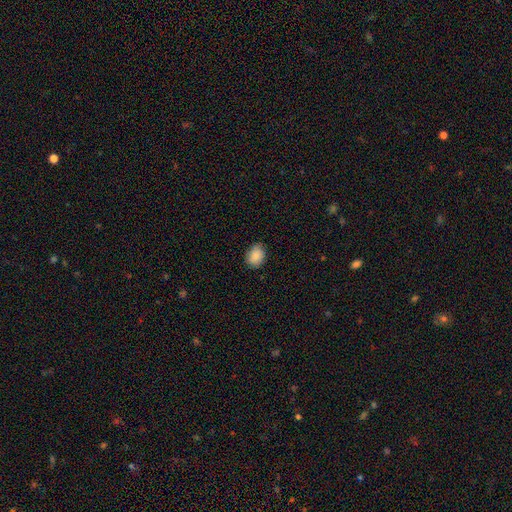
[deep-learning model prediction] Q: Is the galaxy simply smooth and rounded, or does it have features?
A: smooth — 87%.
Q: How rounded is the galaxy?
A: in between — 67%.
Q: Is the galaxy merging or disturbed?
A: none — 79%.